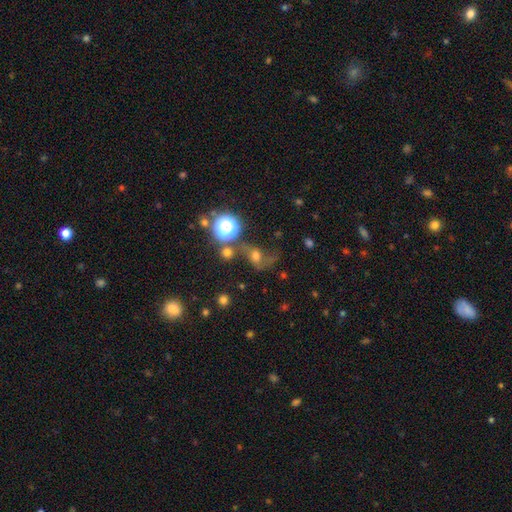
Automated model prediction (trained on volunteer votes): smooth 48%, featured or disk 27%, star or artifact 25%. Down the decision tree: merging — none (41%).